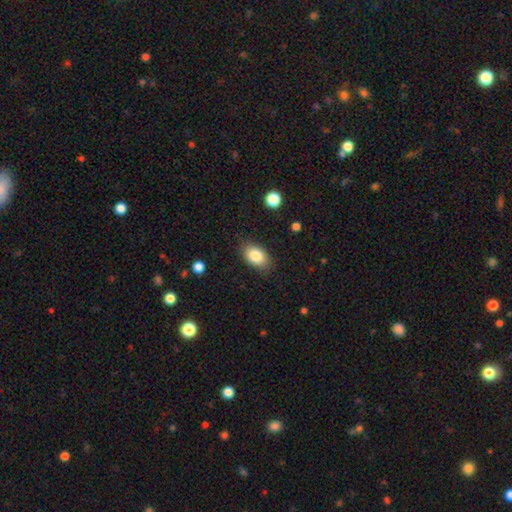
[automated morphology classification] type=smooth (84%); roundness=in between (87%); merging=none (83%).